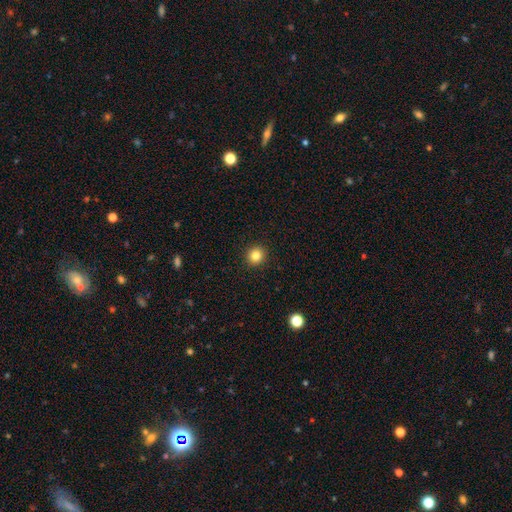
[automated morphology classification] Smooth or featured: smooth — 83% (star or artifact — 12%)
How rounded: round — 91% (in between — 9%)
Merging: none — 93% (minor disturbance — 4%)